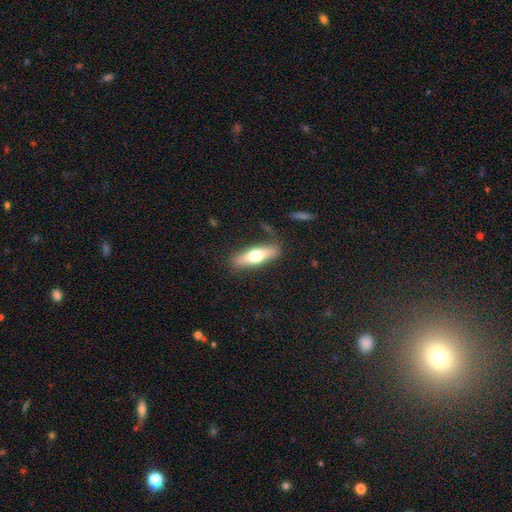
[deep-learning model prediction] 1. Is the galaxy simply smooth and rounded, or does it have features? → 56% smooth, 38% featured or disk, 6% star or artifact.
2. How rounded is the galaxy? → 55% cigar-shaped, 42% in between, 3% round.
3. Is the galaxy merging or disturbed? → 81% none, 13% minor disturbance, 4% major disturbance, 3% merger.